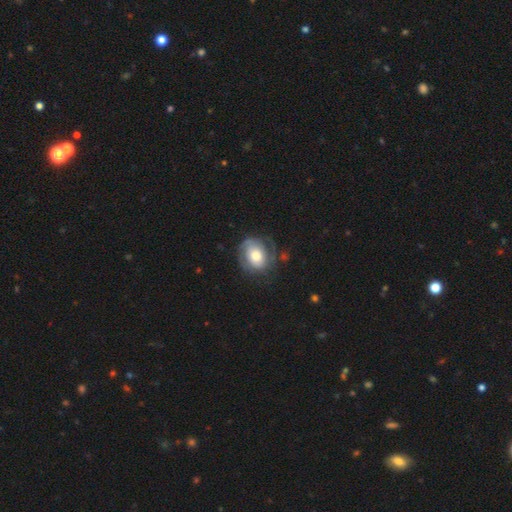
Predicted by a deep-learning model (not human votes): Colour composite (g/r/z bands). It shows a featured or disk galaxy (50%). Merging: none (59%).